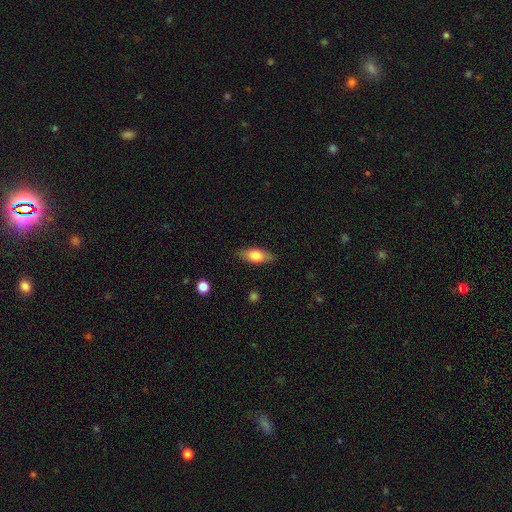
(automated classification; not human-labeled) Smooth or featured?
  - smooth: 71% *
  - featured or disk: 23%
  - star or artifact: 7%
How rounded?
  - in between: 76% *
  - cigar-shaped: 20%
  - round: 4%
Merging?
  - none: 85% *
  - minor disturbance: 11%
  - major disturbance: 3%
  - merger: 1%